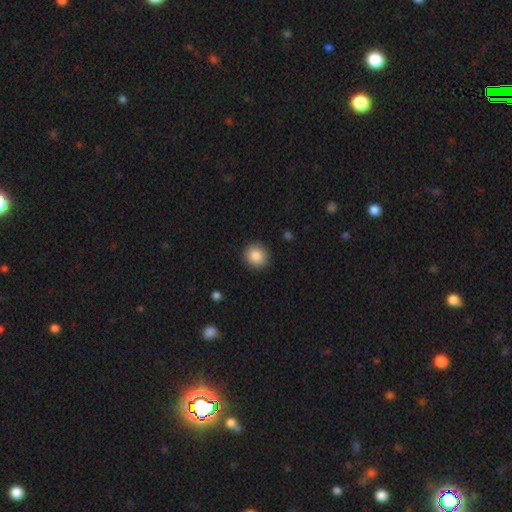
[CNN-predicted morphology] Smooth or featured?
  - smooth: 87% *
  - star or artifact: 8%
  - featured or disk: 4%
How rounded?
  - round: 88% *
  - in between: 11%
  - cigar-shaped: 1%
Merging?
  - none: 91% *
  - minor disturbance: 6%
  - major disturbance: 2%
  - merger: 1%